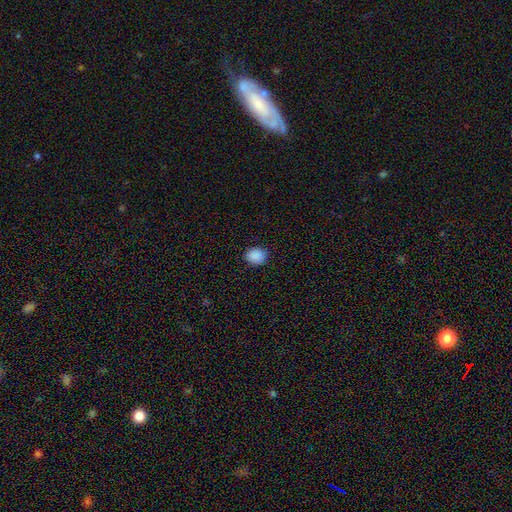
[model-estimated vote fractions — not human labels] Overall: smooth (89%). How rounded: round (57%; in between 42%). Merging: none (89%).